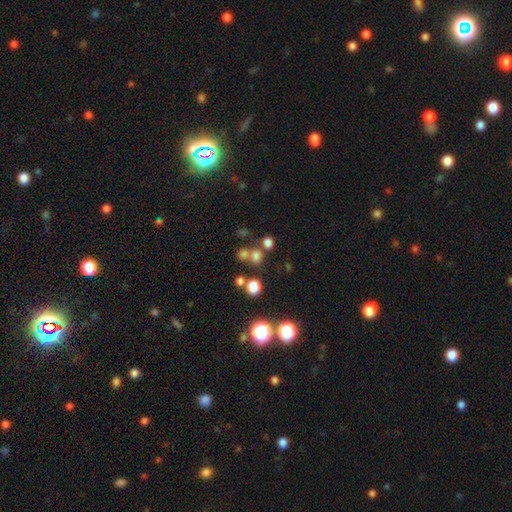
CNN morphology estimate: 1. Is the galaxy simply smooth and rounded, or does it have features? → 66% smooth, 24% star or artifact, 10% featured or disk.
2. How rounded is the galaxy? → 79% round, 20% in between, 1% cigar-shaped.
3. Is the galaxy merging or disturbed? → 58% none, 29% merger, 8% minor disturbance, 5% major disturbance.